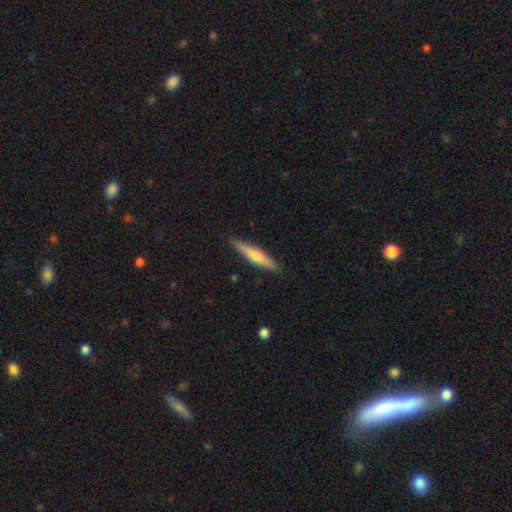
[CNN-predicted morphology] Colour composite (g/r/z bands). It shows a smooth galaxy with no disk features (51%) that is cigar-shaped (92%). Merging: none (89%).